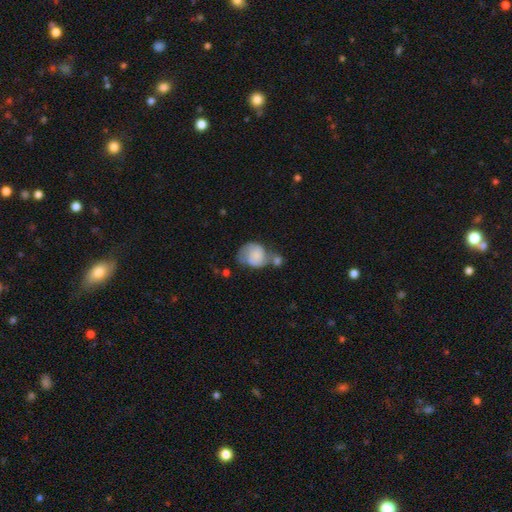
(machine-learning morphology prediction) This appears to be a smooth galaxy with no disk features (65%) that is round (58%). Merging: merger (36%).